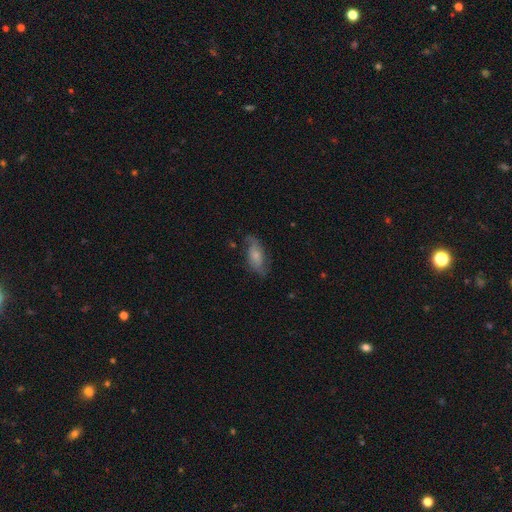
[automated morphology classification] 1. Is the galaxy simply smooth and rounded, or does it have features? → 53% featured or disk, 40% smooth, 7% star or artifact.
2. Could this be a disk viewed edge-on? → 89% no, 11% yes.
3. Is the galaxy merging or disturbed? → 66% none, 22% minor disturbance, 10% major disturbance, 2% merger.